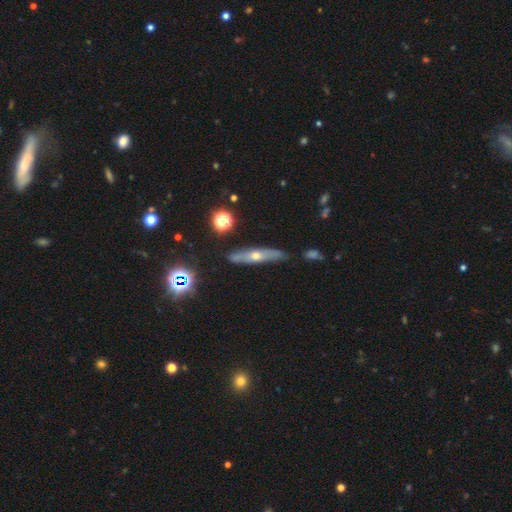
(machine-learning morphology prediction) Q: Smooth or featured?
A: featured or disk (55%); runner-up: smooth (34%)
Q: Edge-on disk?
A: yes (80%); runner-up: no (20%)
Q: Merging?
A: none (81%); runner-up: minor disturbance (14%)